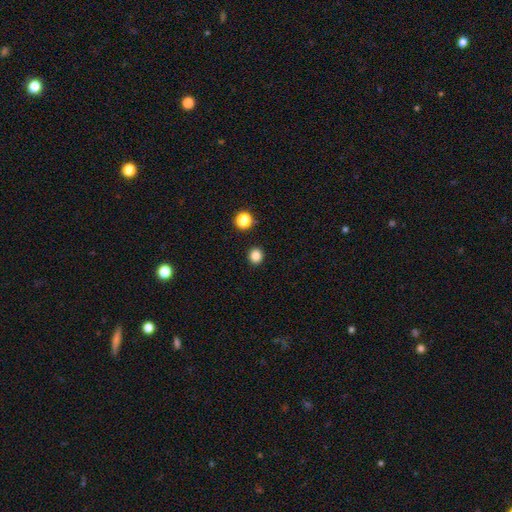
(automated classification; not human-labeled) Smooth or featured?
  - smooth: 84% *
  - star or artifact: 12%
  - featured or disk: 3%
How rounded?
  - round: 91% *
  - in between: 8%
  - cigar-shaped: 1%
Merging?
  - none: 92% *
  - minor disturbance: 5%
  - merger: 2%
  - major disturbance: 2%